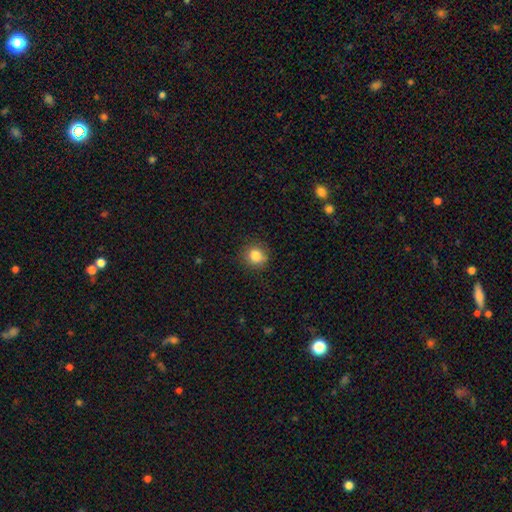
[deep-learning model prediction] Smooth or featured? Predicted: smooth (p=0.83). How rounded? Predicted: round (p=0.87). Merging? Predicted: none (p=0.84).